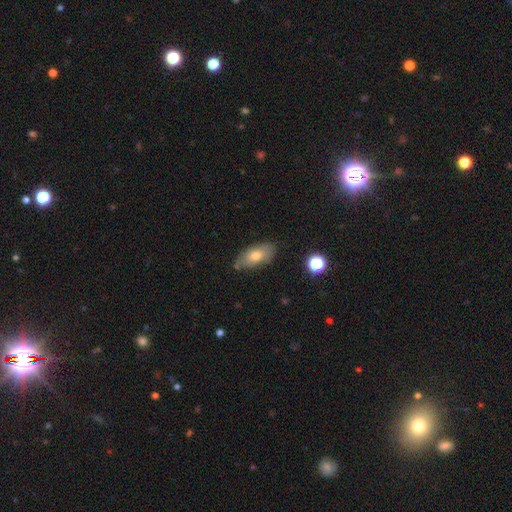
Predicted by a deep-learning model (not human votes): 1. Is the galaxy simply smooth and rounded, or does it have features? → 67% smooth, 25% featured or disk, 8% star or artifact.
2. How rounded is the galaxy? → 90% in between, 5% cigar-shaped, 5% round.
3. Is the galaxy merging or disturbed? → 72% none, 21% minor disturbance, 4% major disturbance, 3% merger.